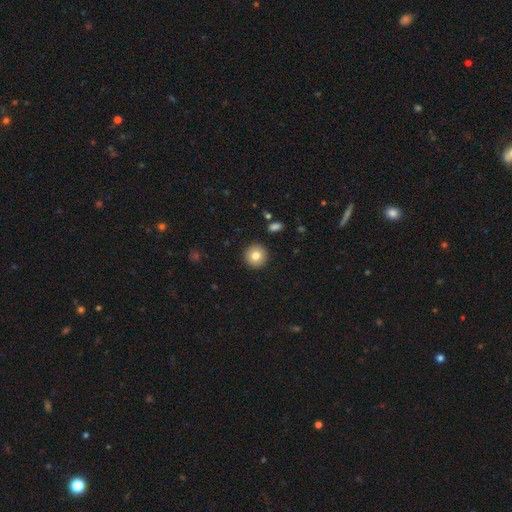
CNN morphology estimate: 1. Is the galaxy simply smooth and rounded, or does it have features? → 80% smooth, 11% featured or disk, 9% star or artifact.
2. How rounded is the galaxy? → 94% round, 5% in between, 1% cigar-shaped.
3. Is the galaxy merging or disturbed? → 92% none, 5% minor disturbance, 2% major disturbance, 1% merger.